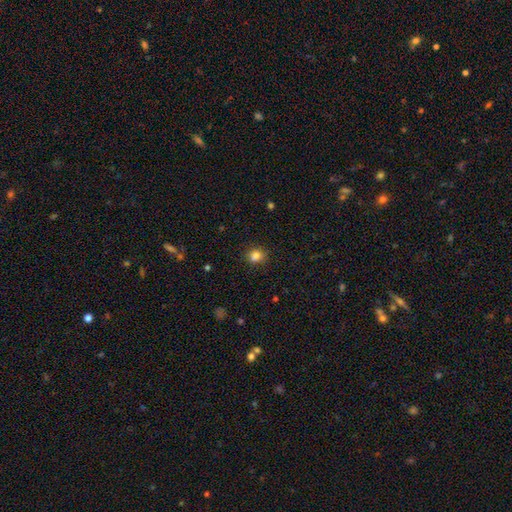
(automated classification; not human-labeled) A smooth galaxy with no disk features (83%) that is round (65%). Merging: none (82%).